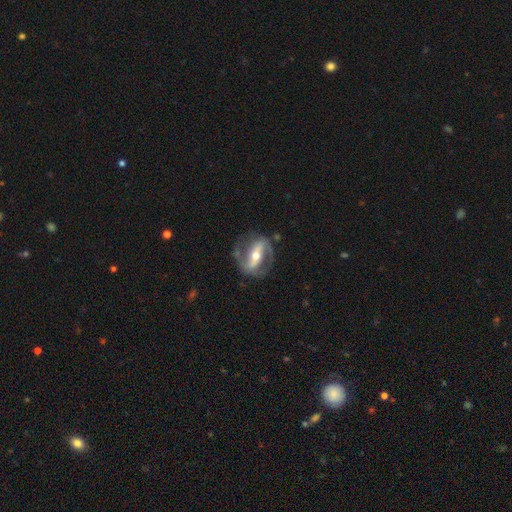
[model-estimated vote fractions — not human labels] Overall: featured or disk (86%). Edge-on disk: no (94%). Bar: strong (65%). Spiral arms: yes (90%). Spiral arm count: 2 (89%). Spiral winding: medium (48%; tight 26%). Bulge size: moderate (60%; small 34%). Merging: none (76%).